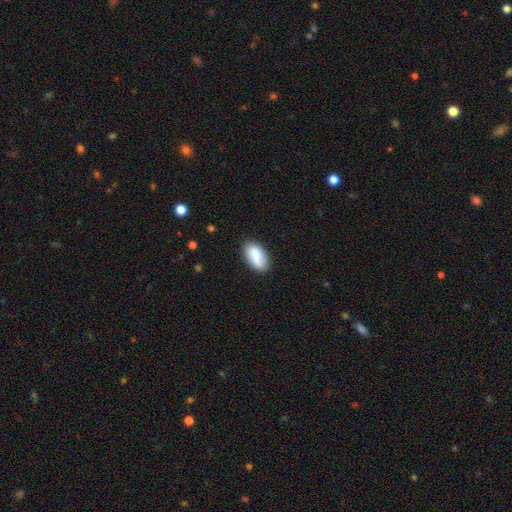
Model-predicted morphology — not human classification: Smooth or featured? Predicted: smooth (p=0.85). How rounded? Predicted: in between (p=0.93). Merging? Predicted: none (p=0.79).